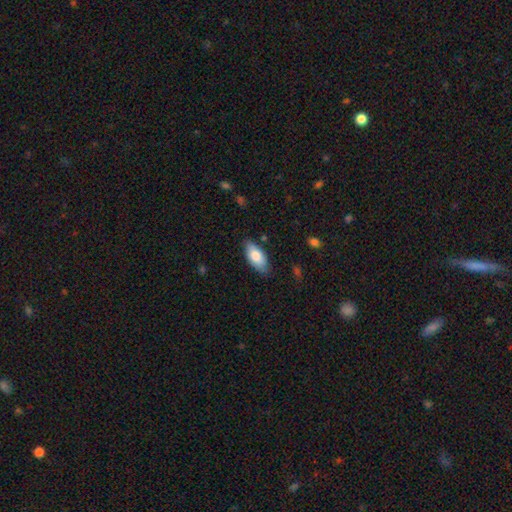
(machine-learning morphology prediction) smooth 79%, featured or disk 15%, star or artifact 6%. Down the decision tree: how rounded — in between (89%); merging — none (81%).